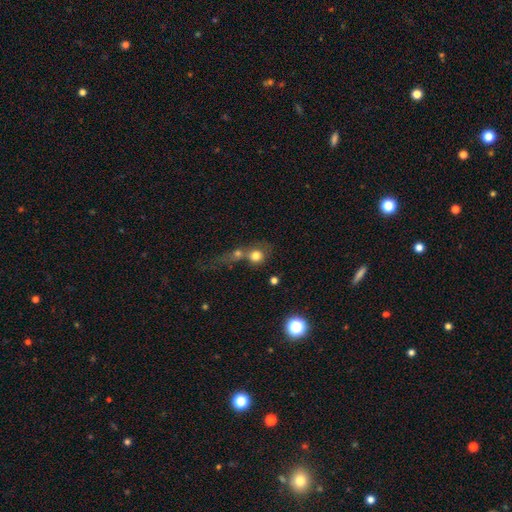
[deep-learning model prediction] A smooth galaxy with no disk features (75%) that is round (84%). Merging: merger (53%).